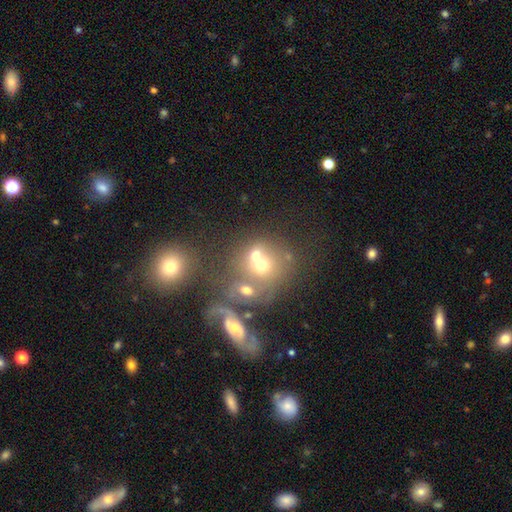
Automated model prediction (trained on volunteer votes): Smooth or featured? smooth (57%)
How rounded? round (70%)
Merging? merger (54%)